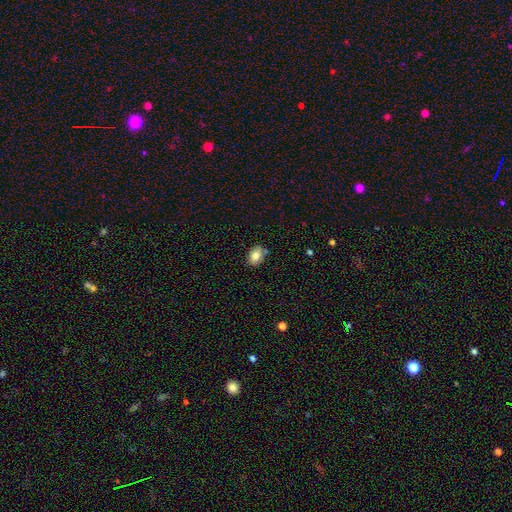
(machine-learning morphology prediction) Smooth or featured? smooth (81%)
How rounded? in between (68%)
Merging? none (78%)